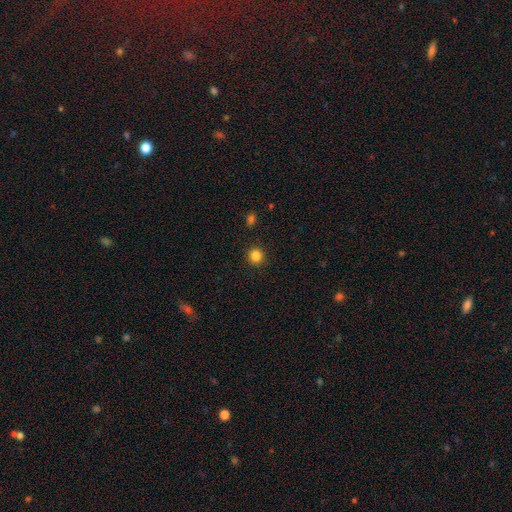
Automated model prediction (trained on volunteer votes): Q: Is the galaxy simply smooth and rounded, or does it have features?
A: smooth — 85%.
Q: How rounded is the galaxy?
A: round — 92%.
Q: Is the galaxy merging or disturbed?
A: none — 91%.